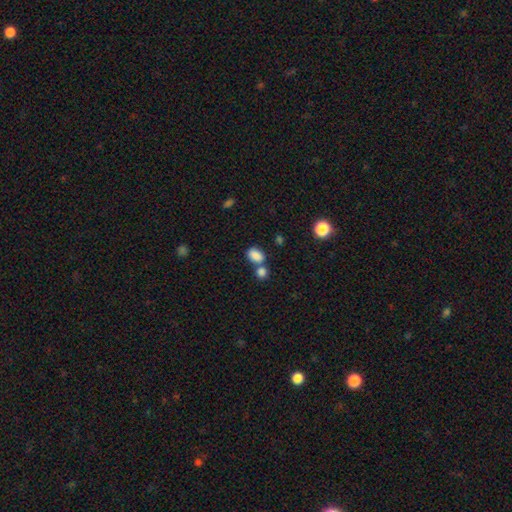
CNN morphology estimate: Smooth or featured?
  - smooth: 85% *
  - star or artifact: 10%
  - featured or disk: 5%
How rounded?
  - in between: 80% *
  - round: 18%
  - cigar-shaped: 2%
Merging?
  - none: 46% *
  - merger: 39%
  - minor disturbance: 11%
  - major disturbance: 4%